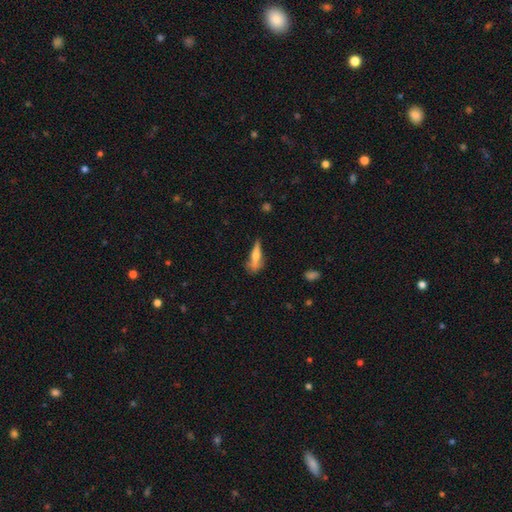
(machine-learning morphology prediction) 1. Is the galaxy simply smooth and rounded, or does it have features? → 59% smooth, 34% featured or disk, 8% star or artifact.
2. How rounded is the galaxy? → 73% cigar-shaped, 25% in between, 2% round.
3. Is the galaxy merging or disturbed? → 51% none, 30% minor disturbance, 15% major disturbance, 4% merger.